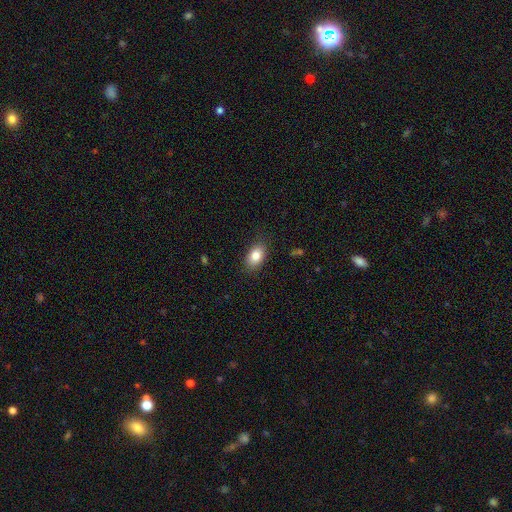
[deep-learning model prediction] smooth 83%, featured or disk 9%, star or artifact 8%. Down the decision tree: how rounded — in between (85%); merging — none (84%).